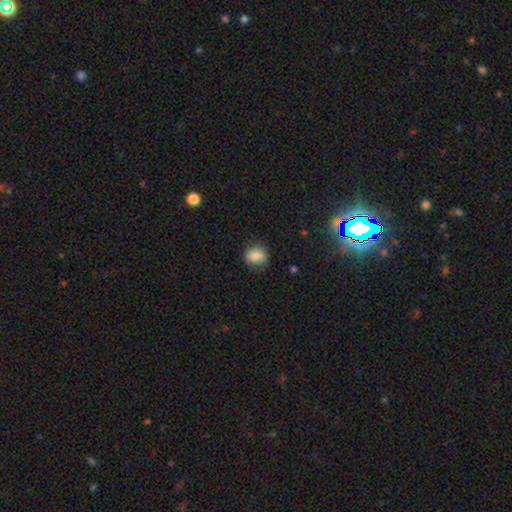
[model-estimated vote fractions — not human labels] This is clearly a smooth galaxy (84%). How rounded: likely round (60%). Merging: likely none (77%).